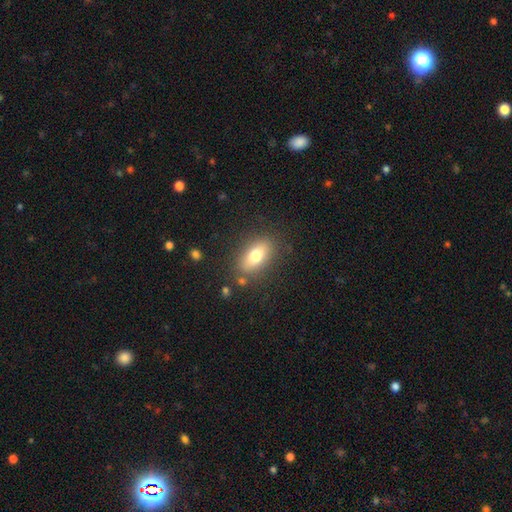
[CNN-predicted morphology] Smooth or featured? Predicted: smooth (p=0.73). How rounded? Predicted: in between (p=0.84). Merging? Predicted: none (p=0.82).